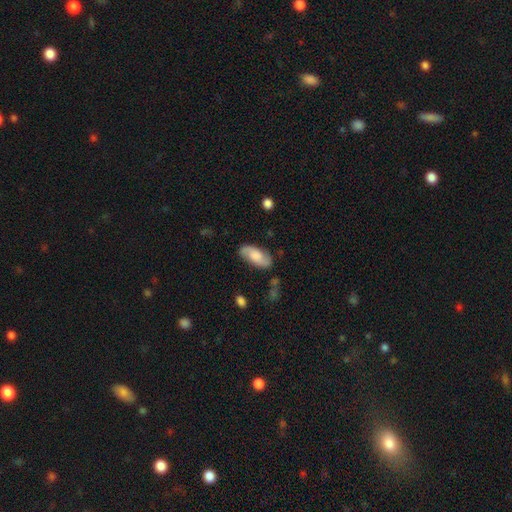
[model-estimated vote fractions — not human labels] Overall: smooth (49%; featured or disk 45%). Merging: none (79%).